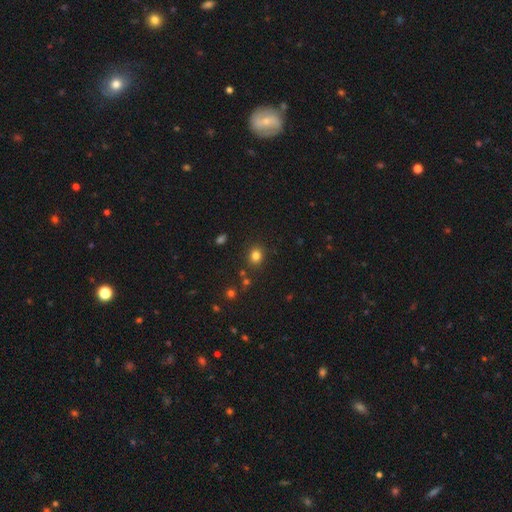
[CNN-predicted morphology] Smooth or featured: smooth — 81% (star or artifact — 13%)
How rounded: round — 72% (in between — 28%)
Merging: none — 85% (minor disturbance — 9%)